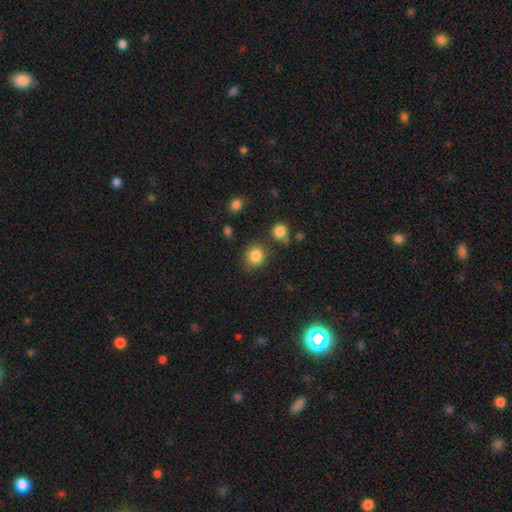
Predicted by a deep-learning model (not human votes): Q: Smooth or featured?
A: smooth (85%); runner-up: star or artifact (11%)
Q: How rounded?
A: round (84%); runner-up: in between (15%)
Q: Merging?
A: none (79%); runner-up: minor disturbance (11%)